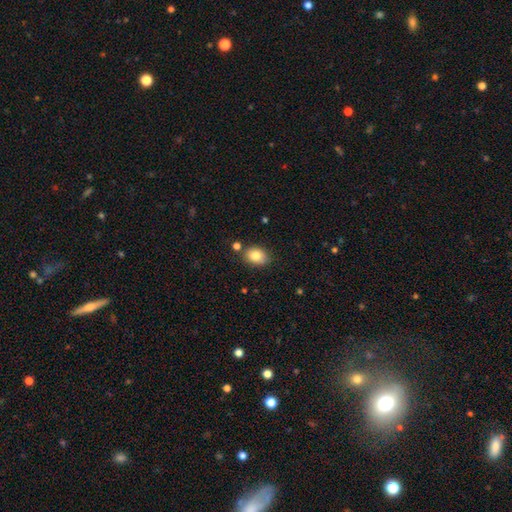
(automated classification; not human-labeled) Overall: smooth (82%). How rounded: in between (72%). Merging: none (77%).